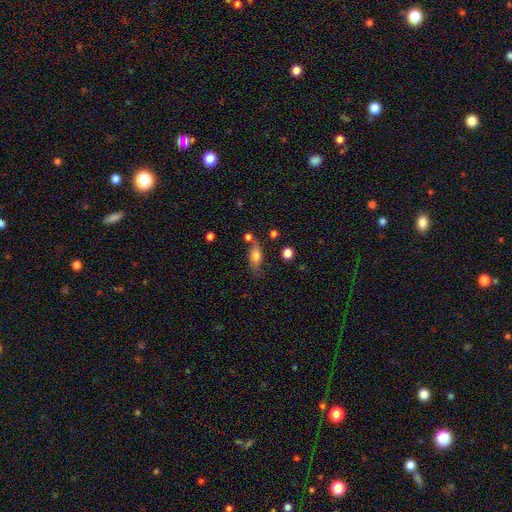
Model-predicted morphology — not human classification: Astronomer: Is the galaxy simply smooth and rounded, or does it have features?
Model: smooth — 69%.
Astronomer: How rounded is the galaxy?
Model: in between — 76%.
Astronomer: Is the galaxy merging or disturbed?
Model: none — 61%.